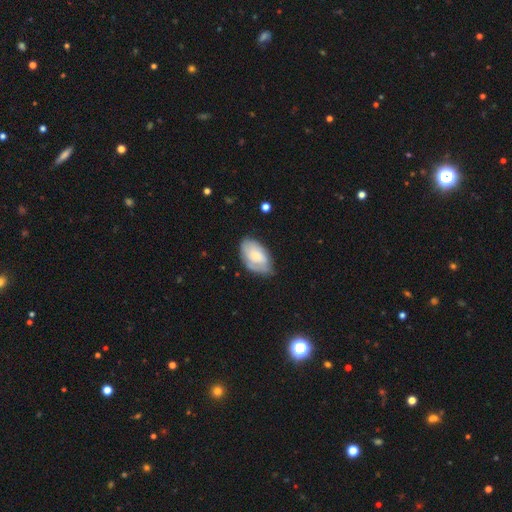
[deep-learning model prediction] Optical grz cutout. It shows a smooth galaxy with no disk features (62%) that is in between round and cigar-shaped (93%). Merging: none (59%).